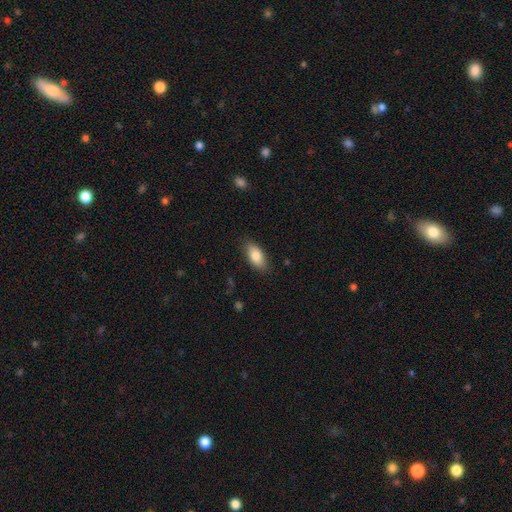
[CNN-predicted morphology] smooth 82%, featured or disk 11%, star or artifact 6%. Down the decision tree: how rounded — in between (89%); merging — none (85%).